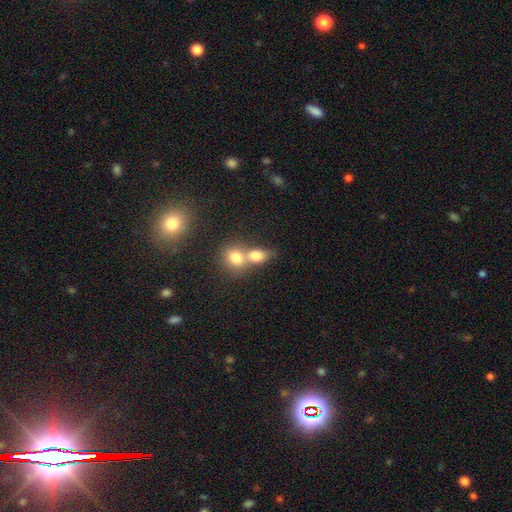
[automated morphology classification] Smooth or featured?
  - smooth: 78% *
  - featured or disk: 12%
  - star or artifact: 10%
How rounded?
  - in between: 53% *
  - round: 44%
  - cigar-shaped: 3%
Merging?
  - merger: 61% *
  - none: 28%
  - minor disturbance: 7%
  - major disturbance: 4%